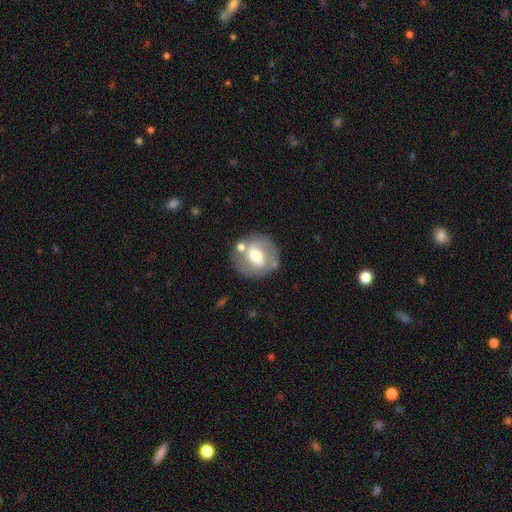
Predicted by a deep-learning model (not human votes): The model was most divided on "spiral arms": yes: 55%, no: 45%. Remaining: edge-on disk — no (95%); merging — none (70%); bulge size — moderate (65%); smooth or featured — featured or disk (55%); bar — weak (45%).